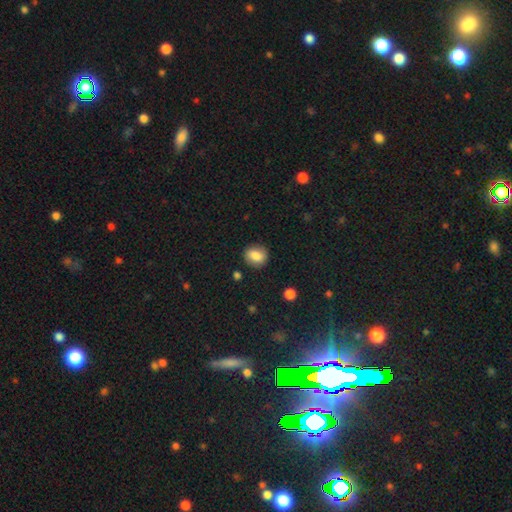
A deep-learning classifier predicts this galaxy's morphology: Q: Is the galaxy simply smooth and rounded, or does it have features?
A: smooth — 82%.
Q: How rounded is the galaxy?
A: round — 66%.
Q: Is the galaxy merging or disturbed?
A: none — 84%.